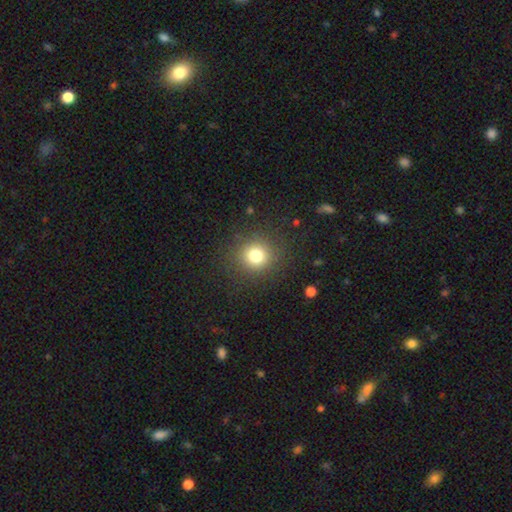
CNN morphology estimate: type=smooth (78%); roundness=round (90%); merging=none (87%).